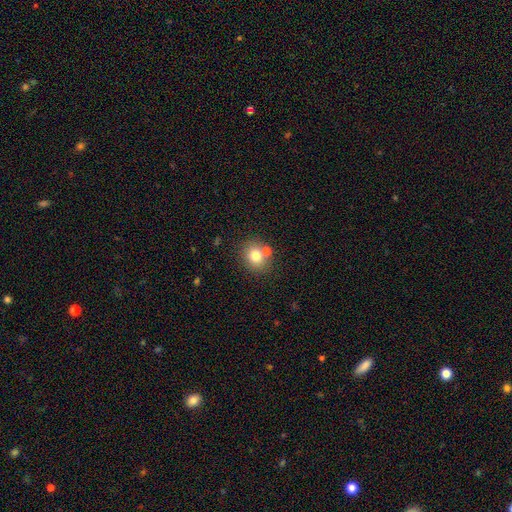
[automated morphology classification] smooth 76%, featured or disk 12%, star or artifact 12%. Down the decision tree: how rounded — round (70%); merging — none (68%).